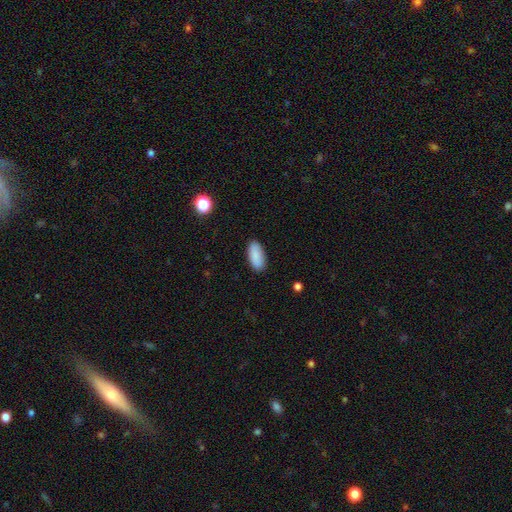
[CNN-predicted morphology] A smooth galaxy with no disk features (89%) that is in between round and cigar-shaped (88%). Merging: none (89%).